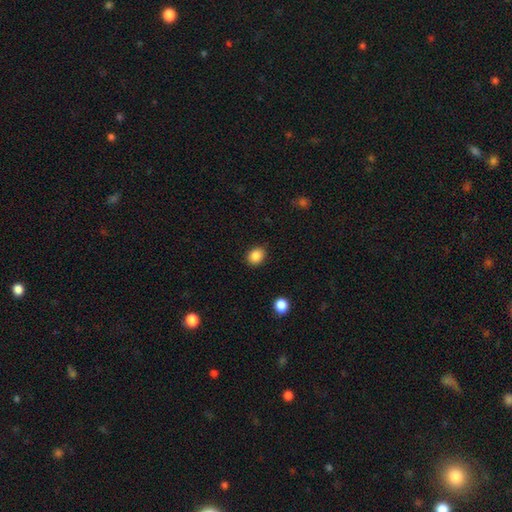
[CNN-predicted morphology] This is clearly a smooth galaxy (87%). How rounded: possibly round (52%). Merging: clearly none (88%).